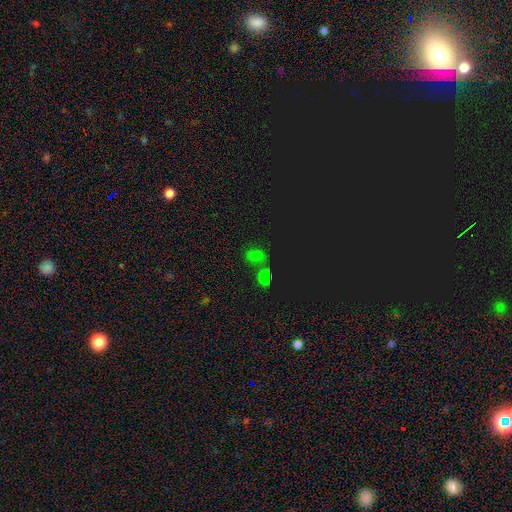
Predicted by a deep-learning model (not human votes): Smooth or featured?
  - star or artifact: 47% *
  - smooth: 44%
  - featured or disk: 9%